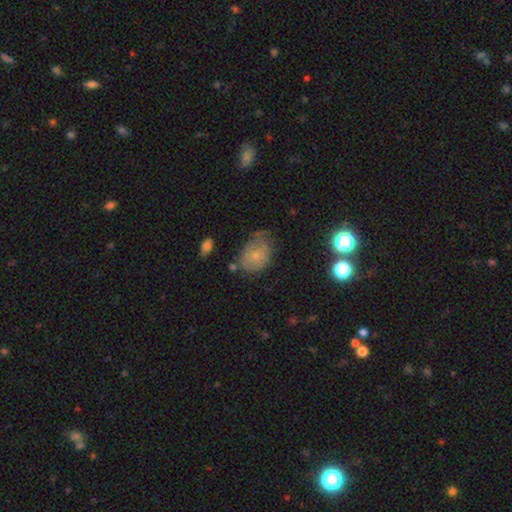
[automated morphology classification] The model was most divided on "merging": none: 45%, minor disturbance: 36%, major disturbance: 16%, merger: 4%. More confident: how rounded — in between (65%); smooth or featured — smooth (55%).